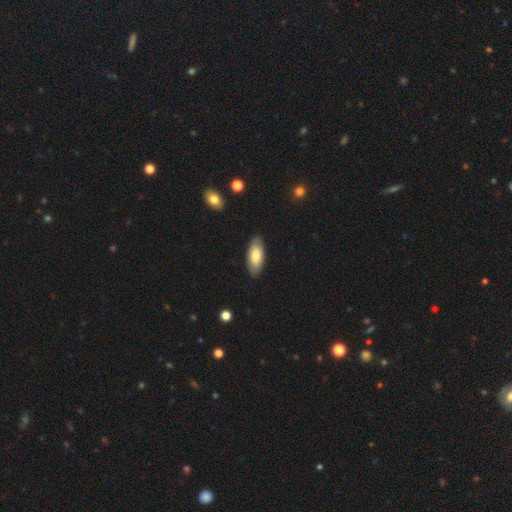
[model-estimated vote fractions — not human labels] smooth_or_featured: smooth (p=0.75) [alt: featured or disk p=0.19]
how_rounded: in between (p=0.87) [alt: cigar-shaped p=0.11]
merging: none (p=0.86) [alt: minor disturbance p=0.11]